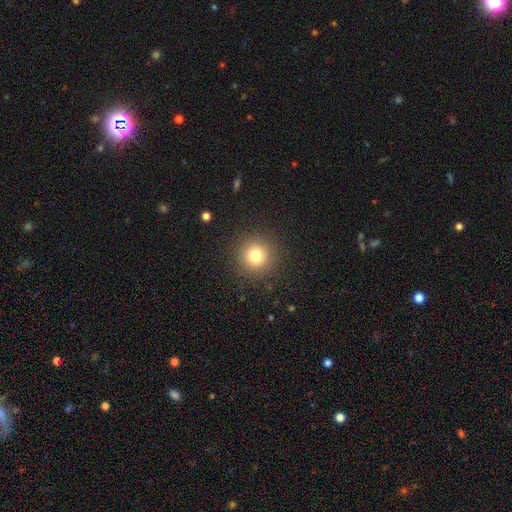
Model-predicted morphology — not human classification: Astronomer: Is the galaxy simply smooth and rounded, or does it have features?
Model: smooth — 78%.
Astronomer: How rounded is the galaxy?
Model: round — 95%.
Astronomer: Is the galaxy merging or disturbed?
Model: none — 90%.